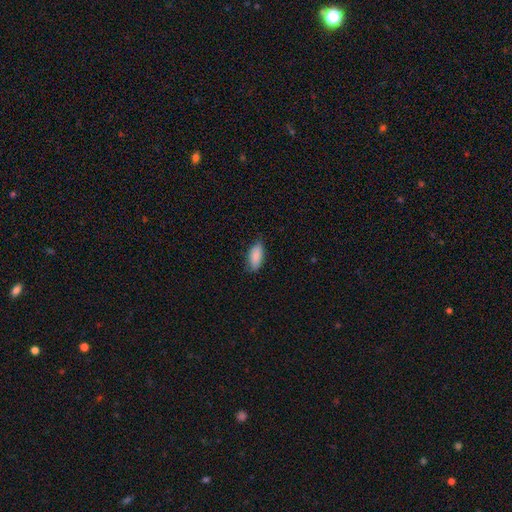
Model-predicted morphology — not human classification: smooth-or-featured: smooth: 89% | star or artifact: 6% | featured or disk: 5%
  how-rounded: in between: 86% | cigar-shaped: 12% | round: 2%
  merging: none: 80% | minor disturbance: 16% | major disturbance: 3% | merger: 1%